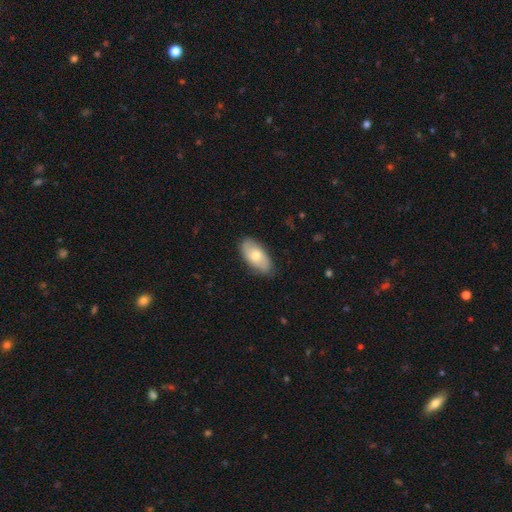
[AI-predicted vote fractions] Overall: smooth (60%; featured or disk 34%). How rounded: in between (92%). Merging: none (79%).